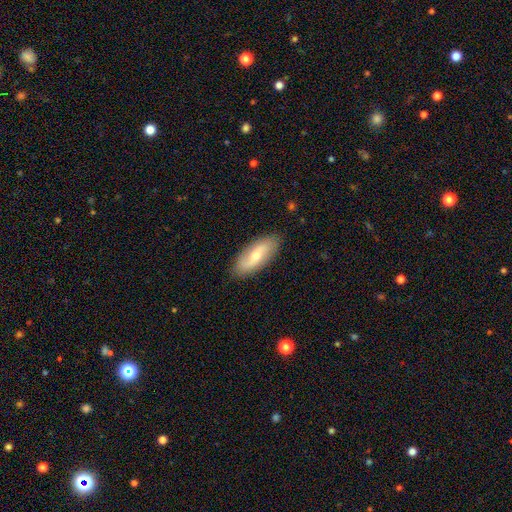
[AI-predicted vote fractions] Overall: featured or disk (52%; smooth 42%). Edge-on disk: no (84%). Merging: none (87%).